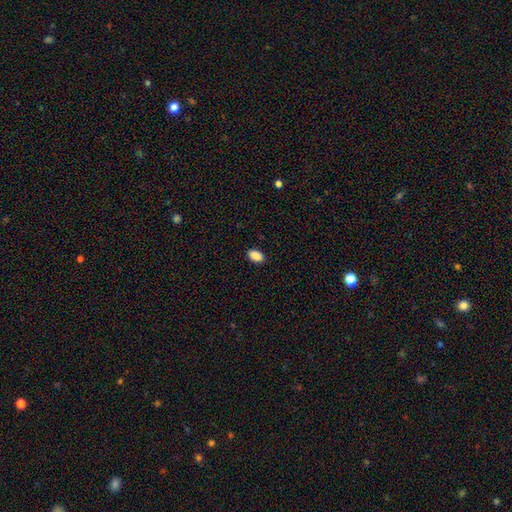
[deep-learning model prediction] The model was most divided on "how rounded": in between: 90%, round: 9%, cigar-shaped: 2%. More confident: smooth or featured — smooth (89%); merging — none (89%).